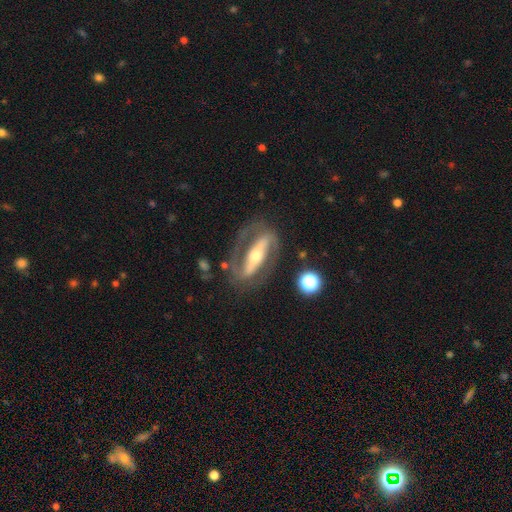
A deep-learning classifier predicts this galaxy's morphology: A featured or disk galaxy (84%) with a strong bar (70%), 2 (84%) medium (45%) spiral arms (79%) and a moderate central bulge (63%).

Vote fractions:
- Smooth or featured? featured or disk: 84% / smooth: 11% / star or artifact: 5%
- Edge-on disk? no: 83% / yes: 17%
- Bar? strong: 70% / no: 16% / weak: 14%
- Spiral arms? yes: 79% / no: 21%
- Spiral winding? medium: 45% / tight: 35% / loose: 20%
- Spiral arm count? 2: 84% / can't tell: 7% / 1: 6% / 3: 1% / 4: 1% / more than 4: 1%
- Bulge size? moderate: 63% / small: 26% / large: 8% / dominant: 2% / none: 1%
- Merging? none: 74% / minor disturbance: 13% / major disturbance: 11% / merger: 2%